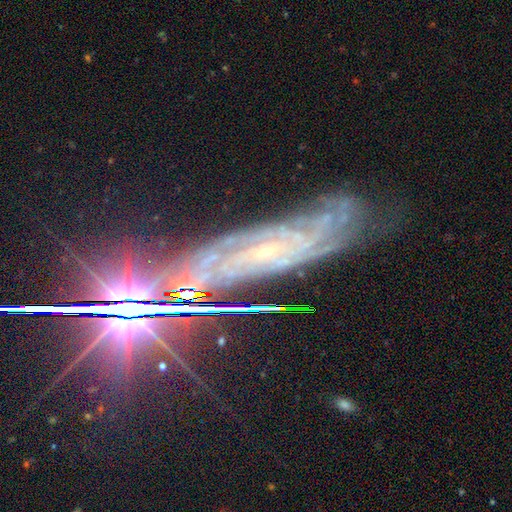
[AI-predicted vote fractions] Smooth or featured? Predicted: featured or disk (p=0.77). Edge-on disk? Predicted: no (p=0.87). Bar? Predicted: no (p=0.51). Spiral arms? Predicted: yes (p=0.97). Spiral winding? Predicted: tight (p=0.71). Spiral arm count? Predicted: can't tell (p=0.30). Bulge size? Predicted: small (p=0.80). Merging? Predicted: none (p=0.71).